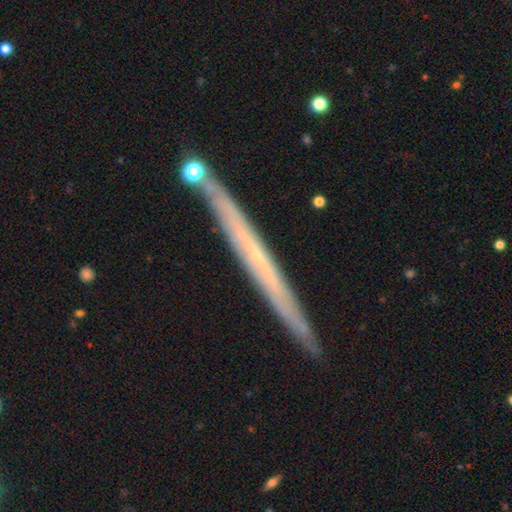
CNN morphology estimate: Smooth or featured: featured or disk — 69% (smooth — 24%)
Edge-on disk: yes — 95% (no — 5%)
Edge-on bulge: none — 80% (rounded — 18%)
Merging: none — 88% (minor disturbance — 8%)